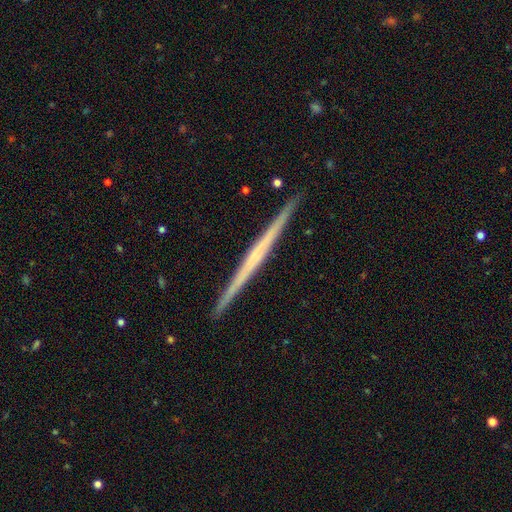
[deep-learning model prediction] Smooth or featured: featured or disk — 72% (smooth — 23%)
Edge-on disk: yes — 98% (no — 2%)
Edge-on bulge: none — 77% (rounded — 16%)
Merging: none — 92% (minor disturbance — 6%)